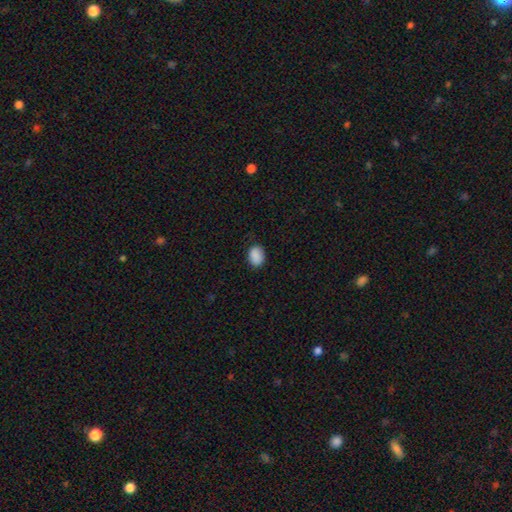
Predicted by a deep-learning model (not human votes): Smooth or featured? Predicted: smooth (p=0.89). How rounded? Predicted: in between (p=0.77). Merging? Predicted: none (p=0.82).